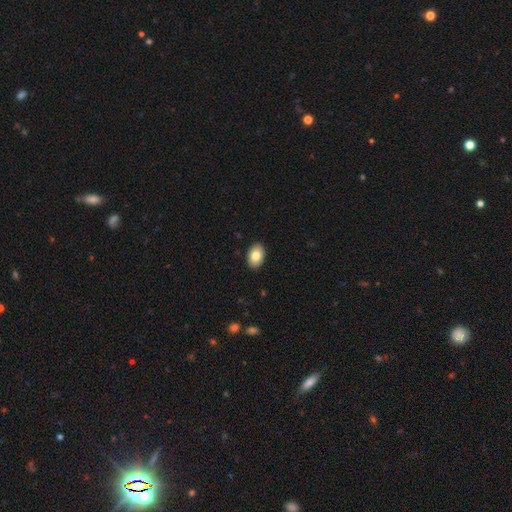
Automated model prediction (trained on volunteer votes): Smooth or featured: smooth — 81% (featured or disk — 11%)
How rounded: in between — 86% (round — 13%)
Merging: none — 90% (minor disturbance — 7%)